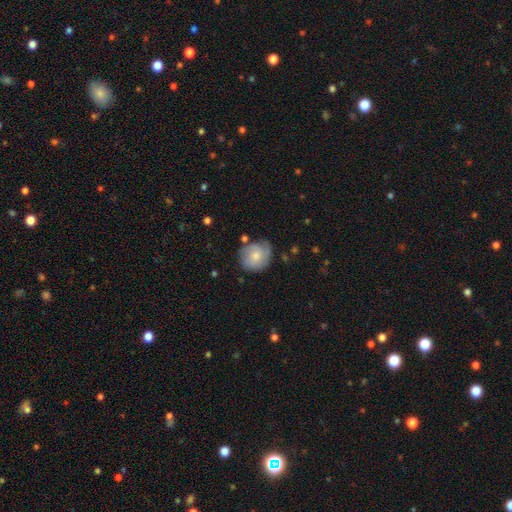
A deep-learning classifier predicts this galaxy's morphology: This appears to be a smooth galaxy with no disk features (55%) that is round (82%). Merging: none (61%).